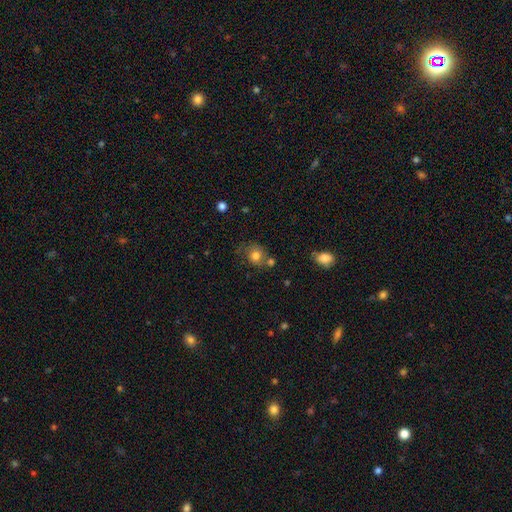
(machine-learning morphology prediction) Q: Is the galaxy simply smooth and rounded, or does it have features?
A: smooth — 78%.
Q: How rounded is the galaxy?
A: round — 75%.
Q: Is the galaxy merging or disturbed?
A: none — 59%.